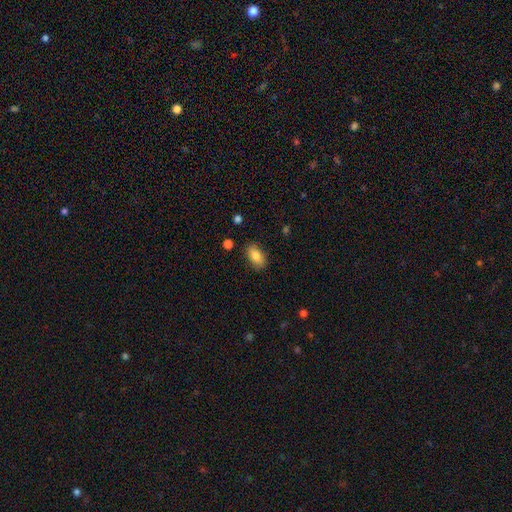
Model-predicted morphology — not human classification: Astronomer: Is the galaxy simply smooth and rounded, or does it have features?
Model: smooth — 84%.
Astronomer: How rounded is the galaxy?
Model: in between — 91%.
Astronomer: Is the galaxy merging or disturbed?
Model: none — 85%.